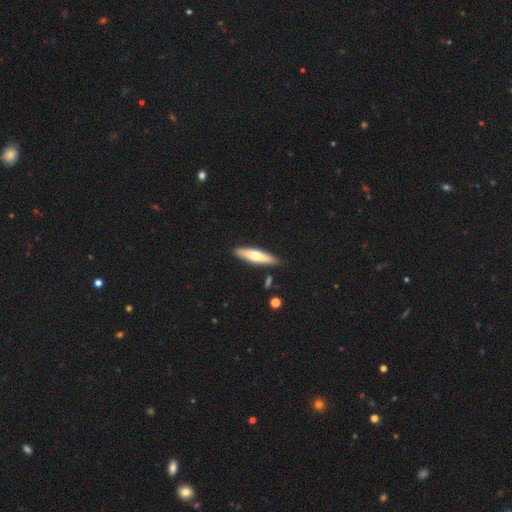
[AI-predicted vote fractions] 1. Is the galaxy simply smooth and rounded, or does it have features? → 57% smooth, 37% featured or disk, 5% star or artifact.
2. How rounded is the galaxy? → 75% cigar-shaped, 24% in between, 2% round.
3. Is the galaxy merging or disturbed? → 87% none, 9% minor disturbance, 2% merger, 2% major disturbance.